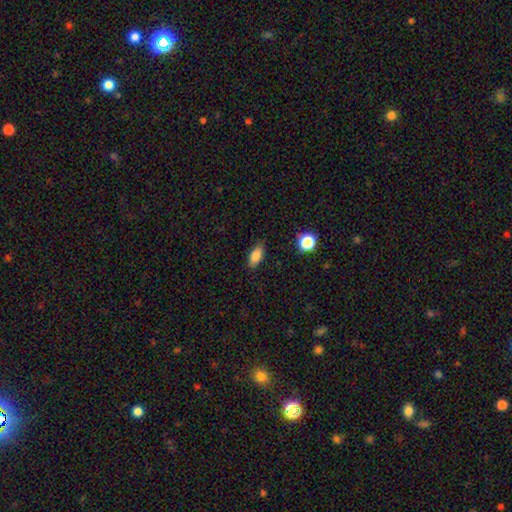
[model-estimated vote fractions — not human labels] Morphology: type=smooth (83%); roundness=in between (85%); merging=none (83%).